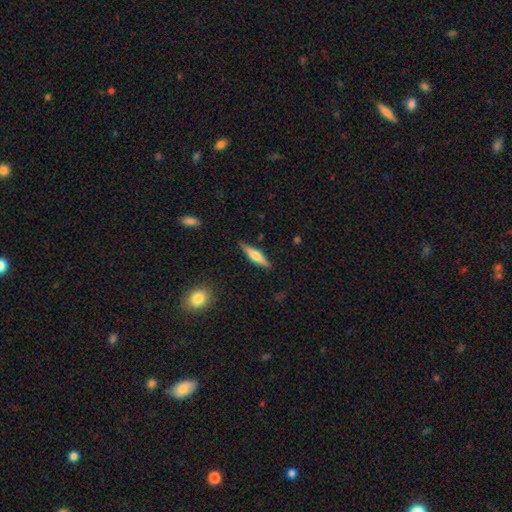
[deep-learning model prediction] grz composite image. It shows a smooth galaxy with no disk features (53%) that is cigar-shaped (75%). Merging: none (86%).